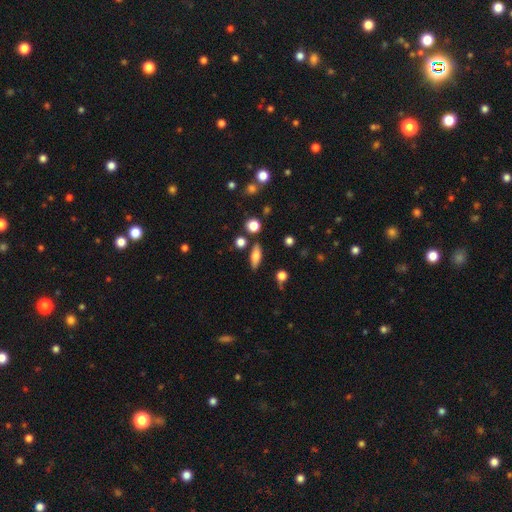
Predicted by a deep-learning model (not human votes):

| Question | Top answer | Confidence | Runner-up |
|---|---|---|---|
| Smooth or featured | smooth | 71% | featured or disk (20%) |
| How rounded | in between | 63% | cigar-shaped (31%) |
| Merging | none | 82% | minor disturbance (10%) |